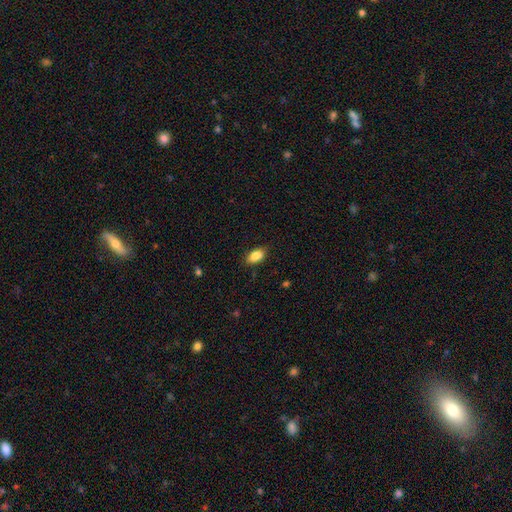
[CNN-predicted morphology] Overall: smooth (87%). How rounded: in between (91%). Merging: none (82%).